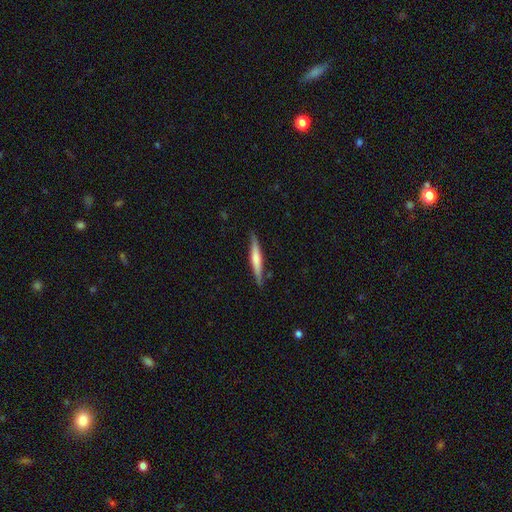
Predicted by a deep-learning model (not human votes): Overall: featured or disk (49%; smooth 45%). Merging: none (87%).